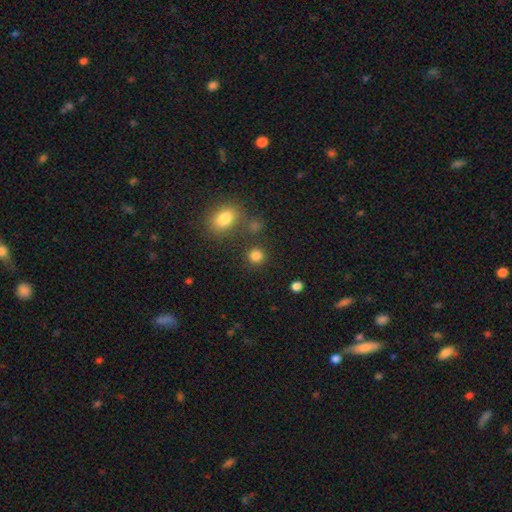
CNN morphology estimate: Smooth or featured: smooth — 83% (star or artifact — 13%)
How rounded: round — 87% (in between — 12%)
Merging: none — 80% (merger — 8%)